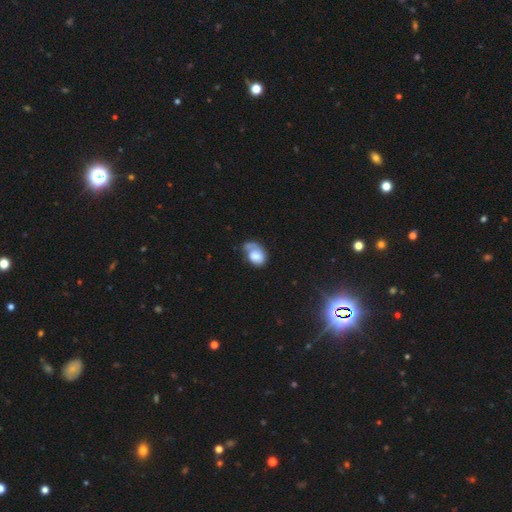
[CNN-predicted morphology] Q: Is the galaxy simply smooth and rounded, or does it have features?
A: smooth — 67%.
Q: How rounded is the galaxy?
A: in between — 76%.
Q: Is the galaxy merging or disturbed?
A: none — 34%.